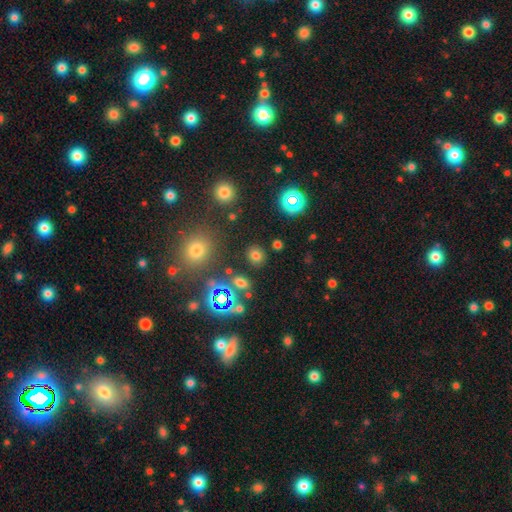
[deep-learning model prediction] Morphology: type=smooth (68%); roundness=round (70%); merging=none (85%).